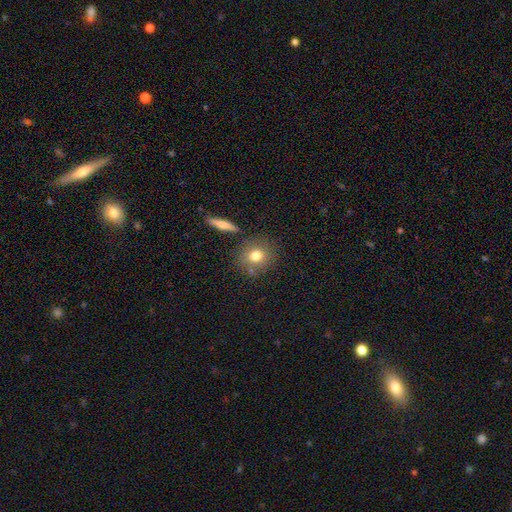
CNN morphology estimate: type=smooth (76%); roundness=round (79%); merging=none (77%).